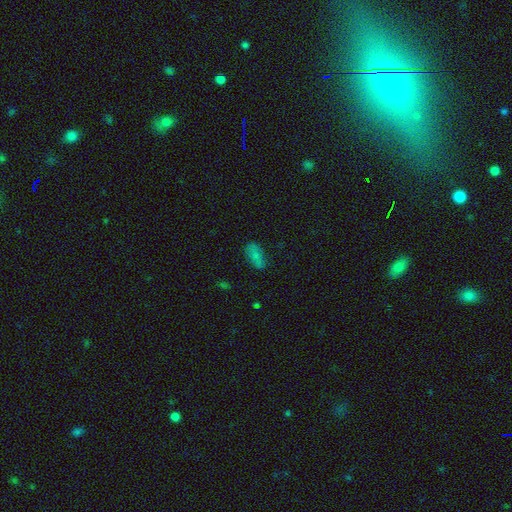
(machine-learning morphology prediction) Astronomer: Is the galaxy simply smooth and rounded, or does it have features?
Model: smooth — 76%.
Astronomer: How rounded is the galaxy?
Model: in between — 89%.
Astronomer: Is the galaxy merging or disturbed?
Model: none — 75%.